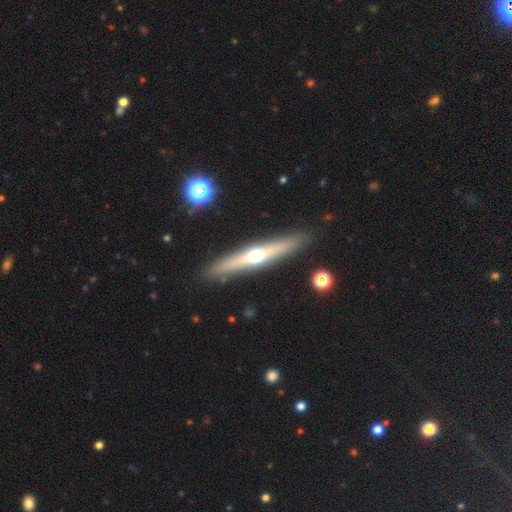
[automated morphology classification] Smooth or featured? featured or disk (60%)
Edge-on disk? yes (93%)
Edge-on bulge? rounded (92%)
Merging? none (89%)